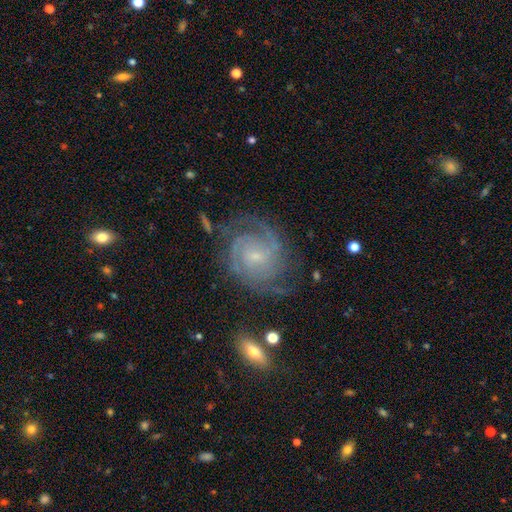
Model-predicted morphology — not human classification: Smooth or featured? Predicted: featured or disk (p=0.89). Edge-on disk? Predicted: no (p=0.98). Bar? Predicted: no (p=0.50). Spiral arms? Predicted: yes (p=0.98). Spiral winding? Predicted: tight (p=0.64). Spiral arm count? Predicted: 2 (p=0.42). Bulge size? Predicted: small (p=0.76). Merging? Predicted: none (p=0.71).